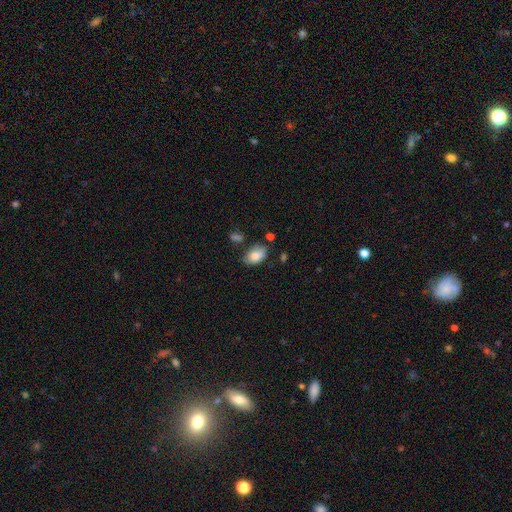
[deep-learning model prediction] Smooth or featured? smooth (83%)
How rounded? in between (89%)
Merging? none (64%)